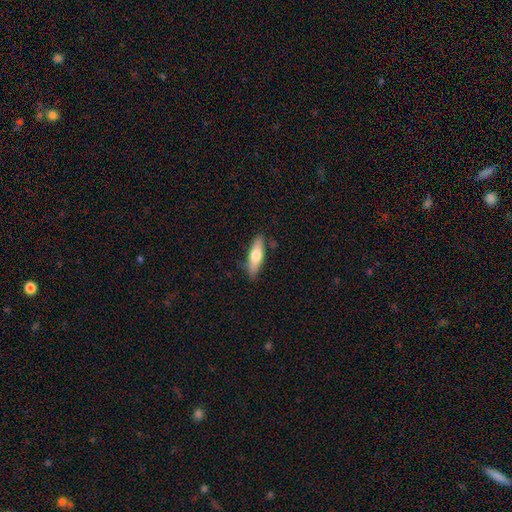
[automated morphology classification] Overall: smooth (63%; featured or disk 31%). How rounded: cigar-shaped (54%; in between 43%). Merging: none (81%).